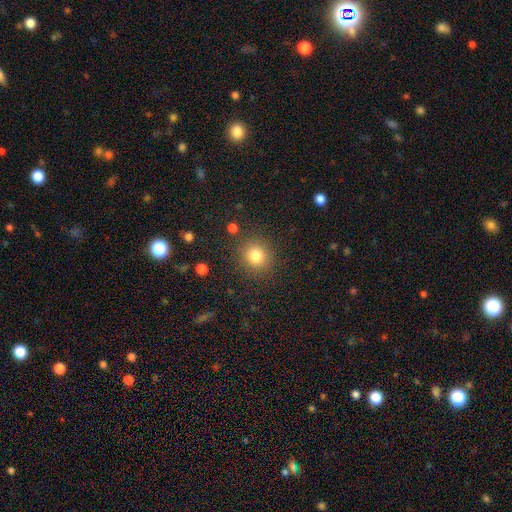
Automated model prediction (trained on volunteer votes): Overall: smooth (82%). How rounded: round (86%). Merging: none (86%).